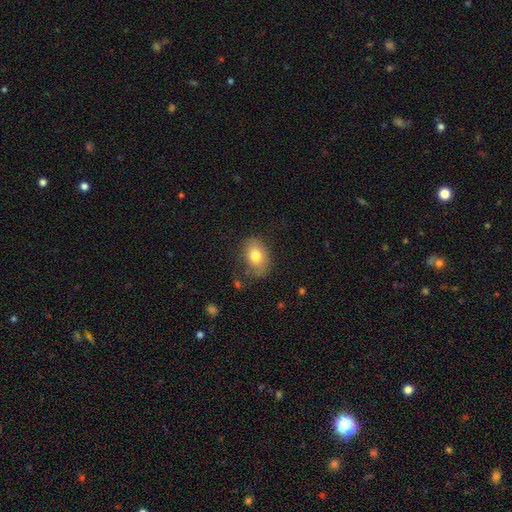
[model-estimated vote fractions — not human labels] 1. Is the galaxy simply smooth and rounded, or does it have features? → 76% smooth, 16% featured or disk, 8% star or artifact.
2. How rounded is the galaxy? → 81% in between, 18% round, 1% cigar-shaped.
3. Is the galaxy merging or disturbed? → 70% none, 21% minor disturbance, 7% major disturbance, 2% merger.